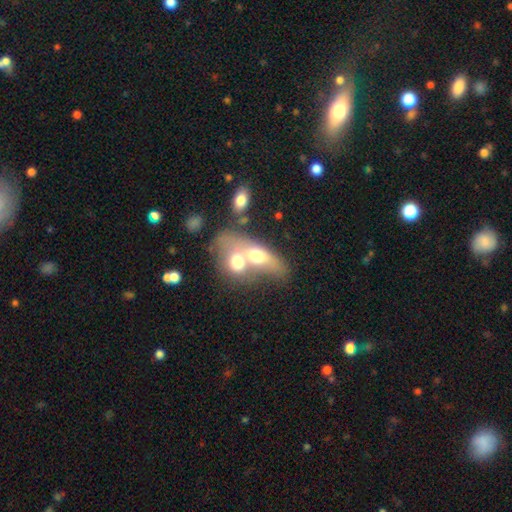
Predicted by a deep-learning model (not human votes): Smooth or featured? Predicted: smooth (p=0.58). How rounded? Predicted: in between (p=0.69). Merging? Predicted: merger (p=0.75).